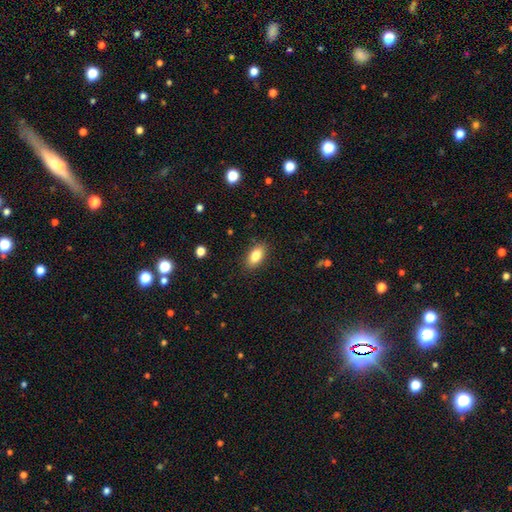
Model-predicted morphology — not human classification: smooth-or-featured: smooth: 84% | featured or disk: 9% | star or artifact: 8%
  how-rounded: in between: 89% | cigar-shaped: 6% | round: 5%
  merging: none: 88% | minor disturbance: 9% | major disturbance: 2% | merger: 1%